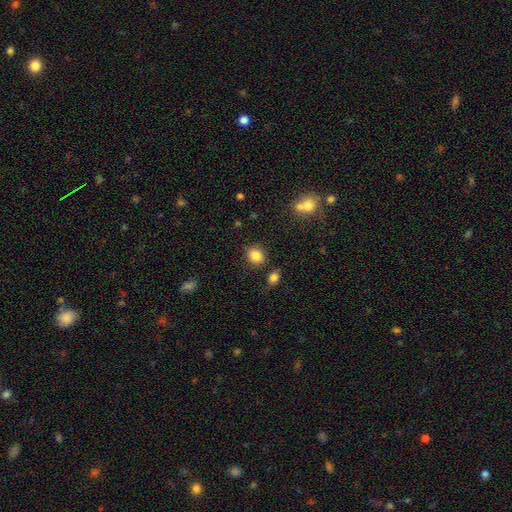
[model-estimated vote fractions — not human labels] smooth 85%, star or artifact 10%, featured or disk 5%. Down the decision tree: how rounded — round (68%); merging — none (82%).